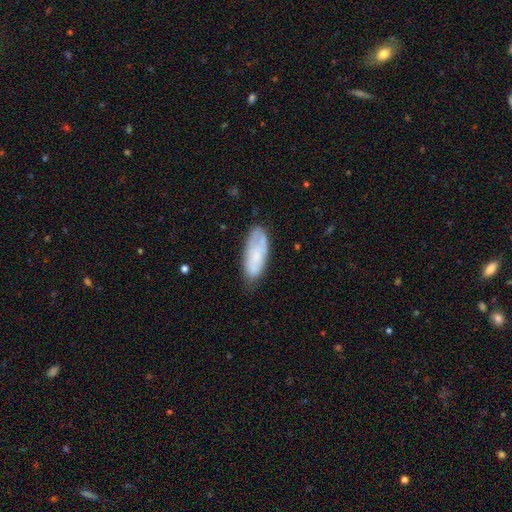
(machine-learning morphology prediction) smooth 62%, featured or disk 31%, star or artifact 8%. Down the decision tree: how rounded — in between (73%); merging — none (64%).